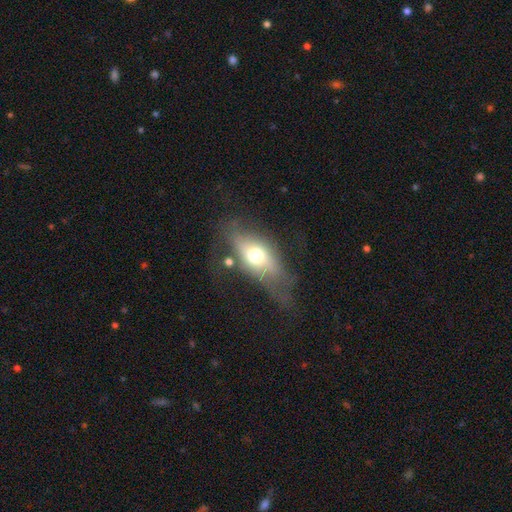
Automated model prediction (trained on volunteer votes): A smooth galaxy with no disk features (52%) that is in between round and cigar-shaped (78%).

Vote fractions:
- Smooth or featured? smooth: 52% / featured or disk: 39% / star or artifact: 9%
- How rounded? in between: 78% / cigar-shaped: 12% / round: 10%
- Merging? none: 45% / minor disturbance: 27% / major disturbance: 24% / merger: 4%